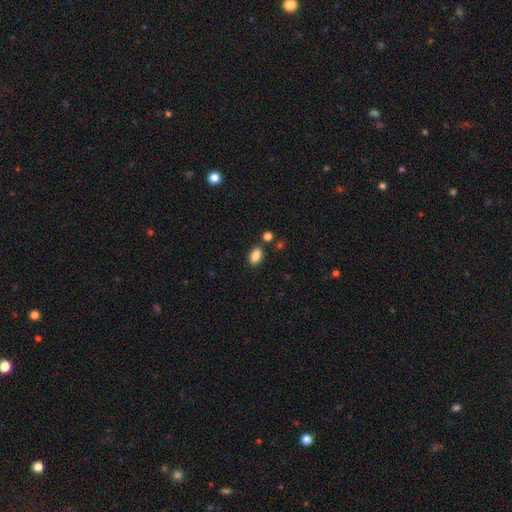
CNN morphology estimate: A smooth galaxy with no disk features (87%) that is in between round and cigar-shaped (90%). Merging: none (82%).